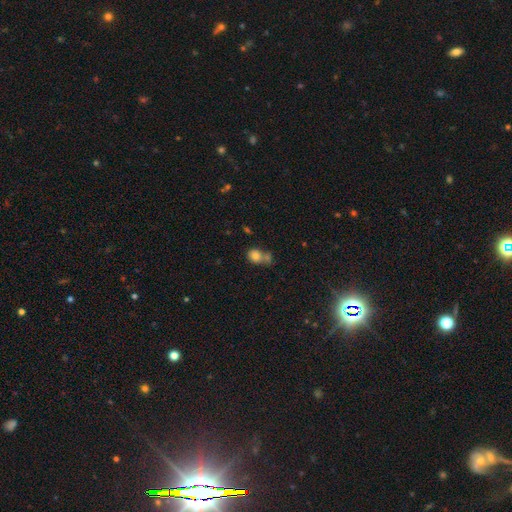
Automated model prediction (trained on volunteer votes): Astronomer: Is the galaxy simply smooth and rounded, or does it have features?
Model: smooth — 81%.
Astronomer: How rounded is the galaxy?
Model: round — 59% (runner-up: in between, 39%).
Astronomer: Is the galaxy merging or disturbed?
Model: none — 41% (runner-up: merger, 39%).